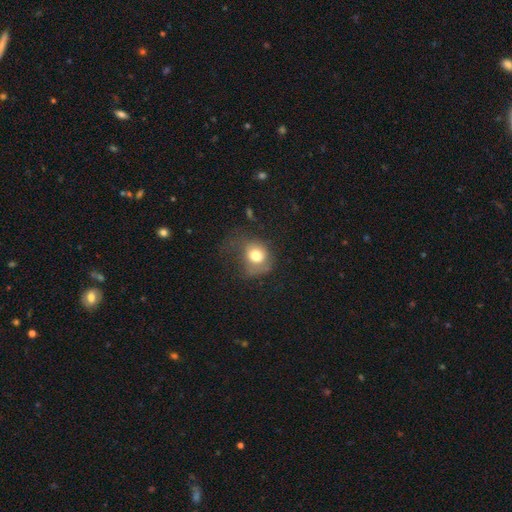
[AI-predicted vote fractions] Smooth or featured? Predicted: smooth (p=0.72). How rounded? Predicted: round (p=0.66). Merging? Predicted: none (p=0.37).